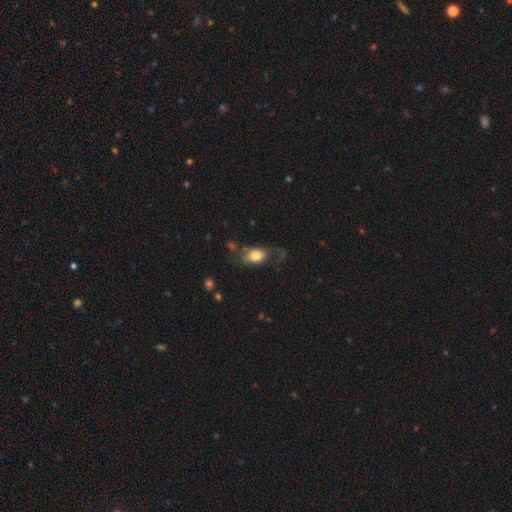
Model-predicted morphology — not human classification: A smooth galaxy with no disk features (74%) that is in between round and cigar-shaped (81%).

Vote fractions:
- Smooth or featured? smooth: 74% / featured or disk: 19% / star or artifact: 8%
- How rounded? in between: 81% / round: 16% / cigar-shaped: 3%
- Merging? none: 48% / minor disturbance: 24% / major disturbance: 24% / merger: 5%